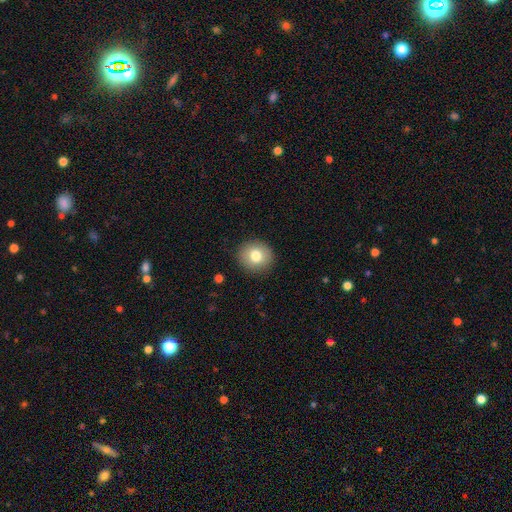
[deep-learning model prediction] Smooth or featured? Predicted: smooth (p=0.79). How rounded? Predicted: round (p=0.88). Merging? Predicted: none (p=0.90).